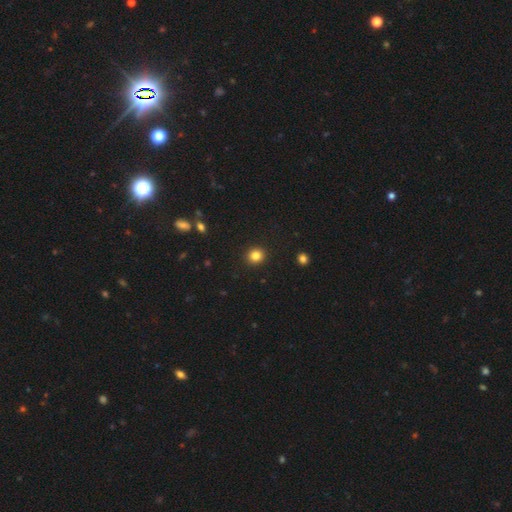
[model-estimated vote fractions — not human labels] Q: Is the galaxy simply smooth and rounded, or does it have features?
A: smooth — 83%.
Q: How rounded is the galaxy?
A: round — 86%.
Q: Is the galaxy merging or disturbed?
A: none — 93%.